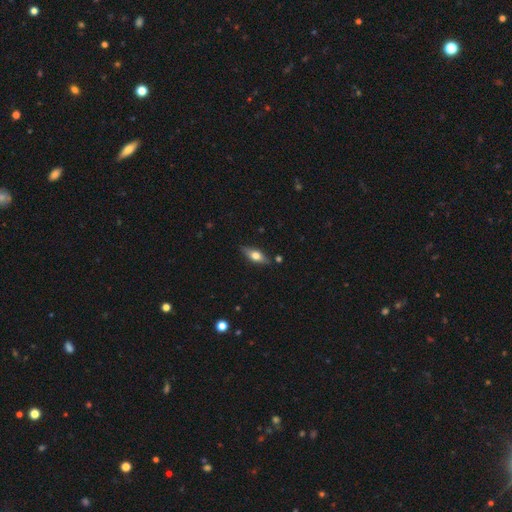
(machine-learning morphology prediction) The model was most divided on "smooth or featured": smooth: 51%, featured or disk: 42%, star or artifact: 7%. More confident: merging — none (83%); how rounded — in between (65%).